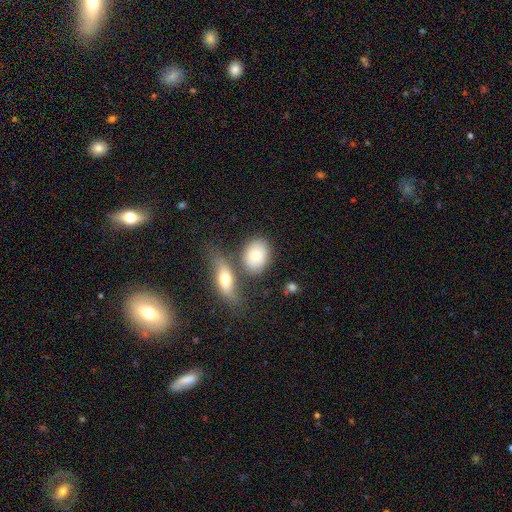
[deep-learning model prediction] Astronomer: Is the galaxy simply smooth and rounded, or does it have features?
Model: smooth — 73%.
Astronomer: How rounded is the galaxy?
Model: in between — 67%.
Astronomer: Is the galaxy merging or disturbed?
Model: none — 59%.